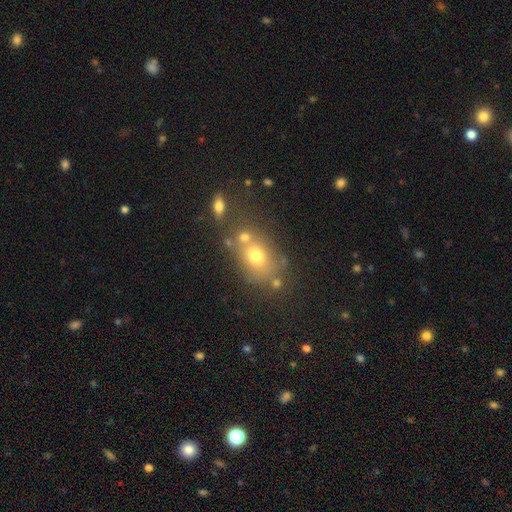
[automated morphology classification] A smooth galaxy with no disk features (65%) that is in between round and cigar-shaped (58%).

Vote fractions:
- Smooth or featured? smooth: 65% / star or artifact: 18% / featured or disk: 17%
- How rounded? in between: 58% / round: 40% / cigar-shaped: 2%
- Merging? none: 57% / merger: 25% / minor disturbance: 13% / major disturbance: 6%